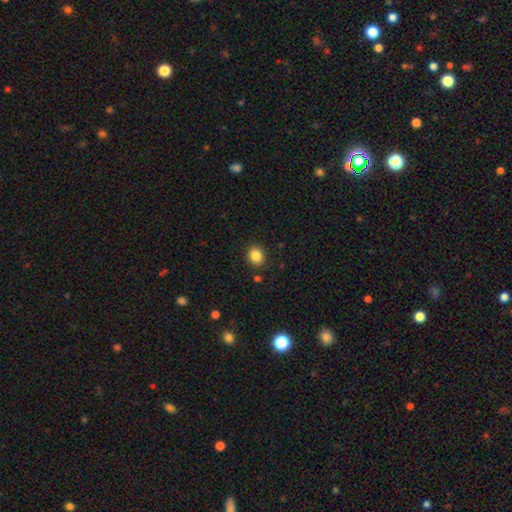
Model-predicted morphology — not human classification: smooth 85%, star or artifact 10%, featured or disk 5%. Down the decision tree: how rounded — round (69%); merging — none (88%).